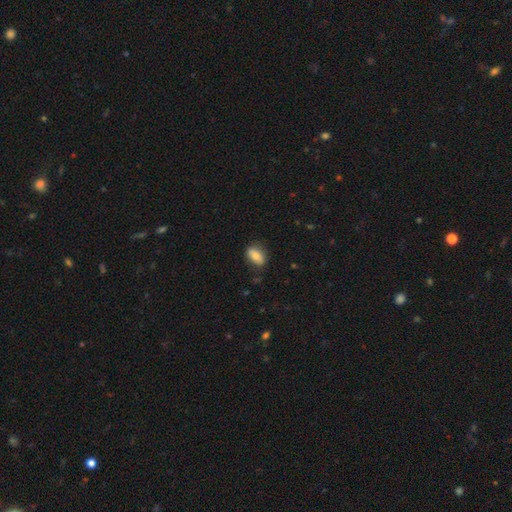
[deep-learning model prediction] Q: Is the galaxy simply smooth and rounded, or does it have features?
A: smooth — 78%.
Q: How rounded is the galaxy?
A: in between — 85%.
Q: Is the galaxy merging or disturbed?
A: none — 80%.